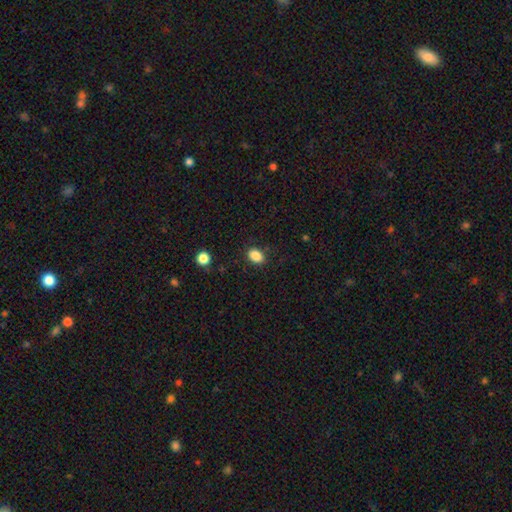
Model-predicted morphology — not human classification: smooth-or-featured: smooth: 87% | star or artifact: 9% | featured or disk: 4%
  how-rounded: in between: 77% | round: 22% | cigar-shaped: 1%
  merging: none: 85% | minor disturbance: 11% | major disturbance: 3% | merger: 2%